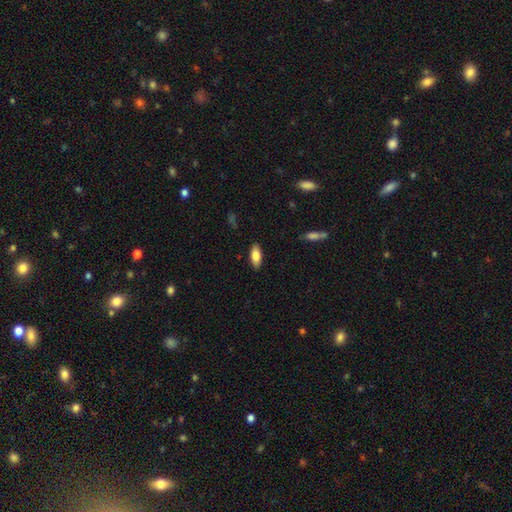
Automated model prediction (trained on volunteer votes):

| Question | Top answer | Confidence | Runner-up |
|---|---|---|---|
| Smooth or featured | smooth | 80% | featured or disk (13%) |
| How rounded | in between | 84% | cigar-shaped (14%) |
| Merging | none | 88% | minor disturbance (9%) |